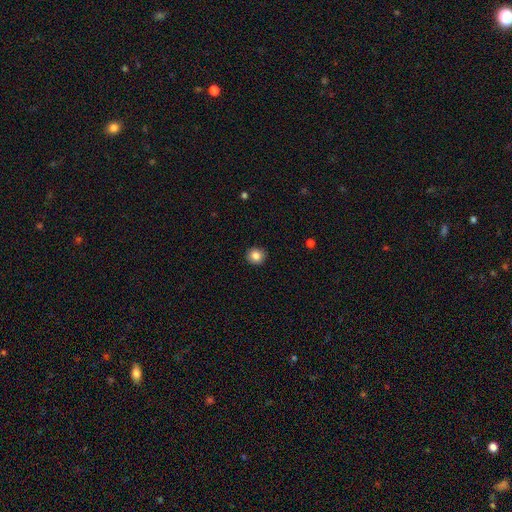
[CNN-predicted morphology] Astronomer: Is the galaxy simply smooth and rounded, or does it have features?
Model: smooth — 84%.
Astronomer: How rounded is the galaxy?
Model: round — 86%.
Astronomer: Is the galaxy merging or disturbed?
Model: none — 91%.